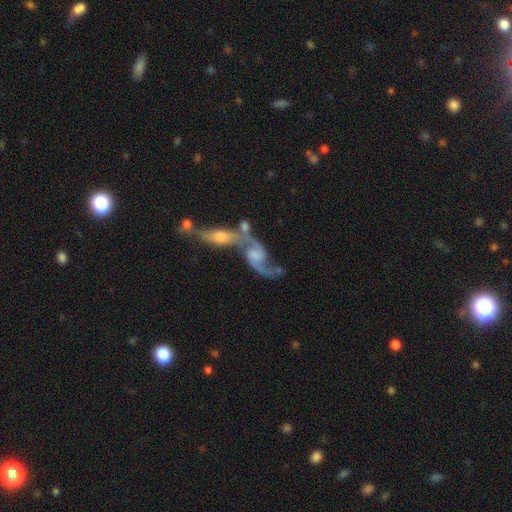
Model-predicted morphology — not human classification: Smooth or featured?
  - featured or disk: 86% *
  - smooth: 9%
  - star or artifact: 5%
Edge-on disk?
  - no: 93% *
  - yes: 7%
Bar?
  - no: 57% *
  - weak: 35%
  - strong: 7%
Spiral arms?
  - yes: 95% *
  - no: 5%
Spiral winding?
  - loose: 76% *
  - medium: 20%
  - tight: 5%
Spiral arm count?
  - 2: 92% *
  - 1: 3%
  - can't tell: 2%
  - 3: 1%
  - 4: 1%
  - more than 4: 1%
Bulge size?
  - moderate: 32% *
  - small: 30%
  - none: 24%
  - large: 12%
  - dominant: 2%
Merging?
  - merger: 63% *
  - none: 22%
  - minor disturbance: 9%
  - major disturbance: 7%